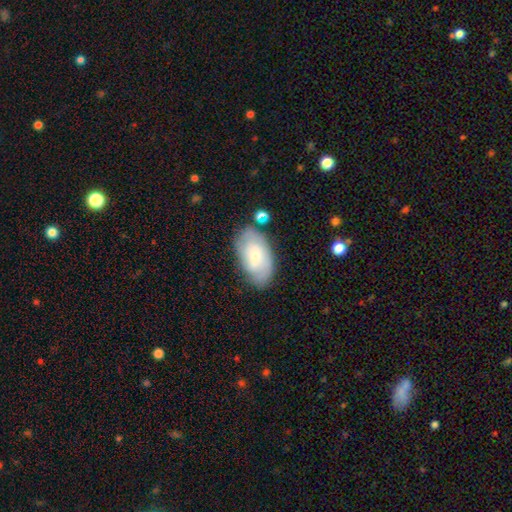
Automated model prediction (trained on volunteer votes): A smooth galaxy with no disk features (50%).

Vote fractions:
- Smooth or featured? smooth: 50% / featured or disk: 44% / star or artifact: 7%
- Merging? none: 69% / minor disturbance: 20% / major disturbance: 6% / merger: 5%